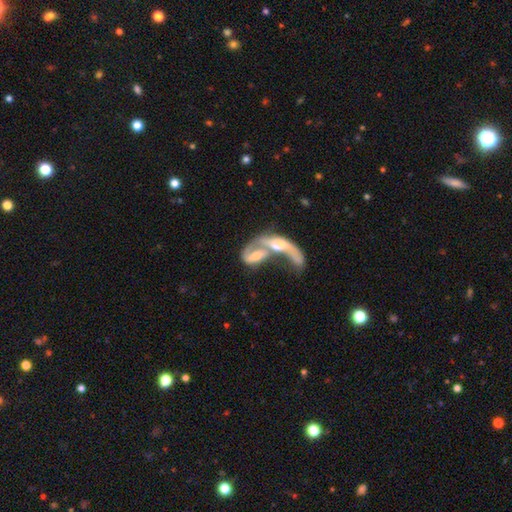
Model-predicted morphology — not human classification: This is possibly a featured or disk galaxy (58%). It is clearly not viewed edge-on (90%). Bar: possibly no (55%). Spiral arm pattern: possibly yes (58%). Central bulge: marginally moderate (43%). Merging: likely merger (79%).